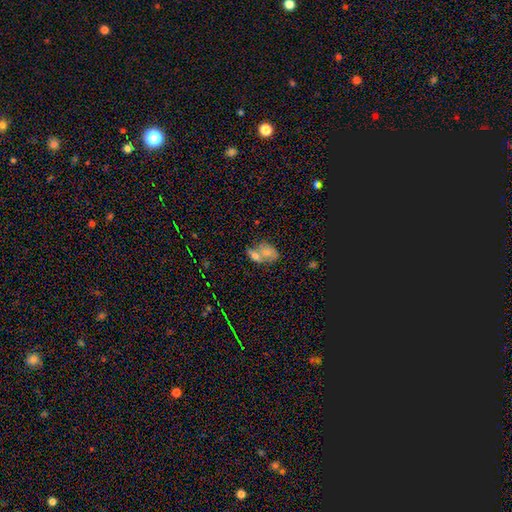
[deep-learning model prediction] This appears to be a smooth galaxy with no disk features (66%) that is in between round and cigar-shaped (75%). Merging: merger (63%).